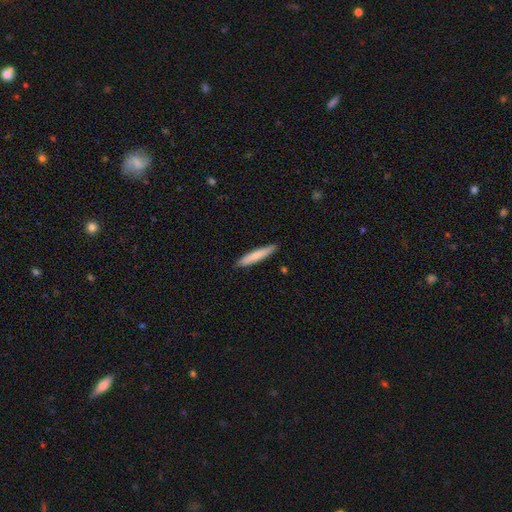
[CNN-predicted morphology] This is likely a smooth galaxy (78%). How rounded: clearly cigar-shaped (93%). Merging: clearly none (90%).